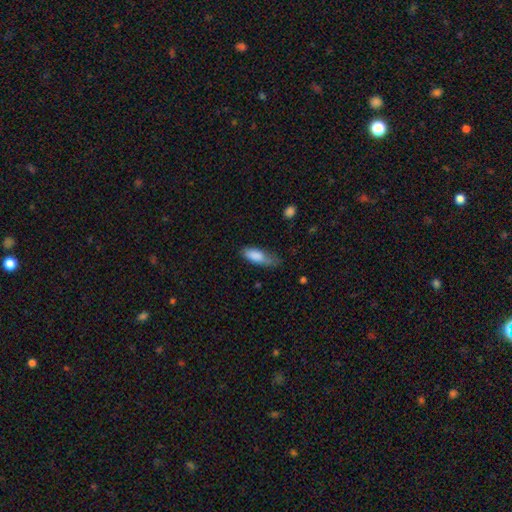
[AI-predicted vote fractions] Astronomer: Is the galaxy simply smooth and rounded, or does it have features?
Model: smooth — 84%.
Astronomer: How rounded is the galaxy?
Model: in between — 74%.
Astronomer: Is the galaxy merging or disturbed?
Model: minor disturbance — 41% (runner-up: none, 37%).